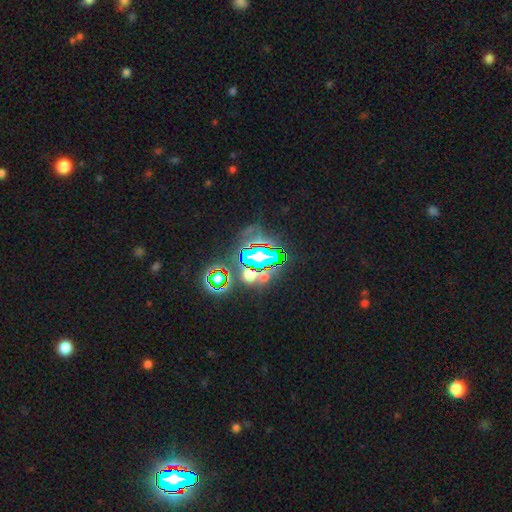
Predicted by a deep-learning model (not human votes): This is likely a star or artifact rather than a galaxy (68%).